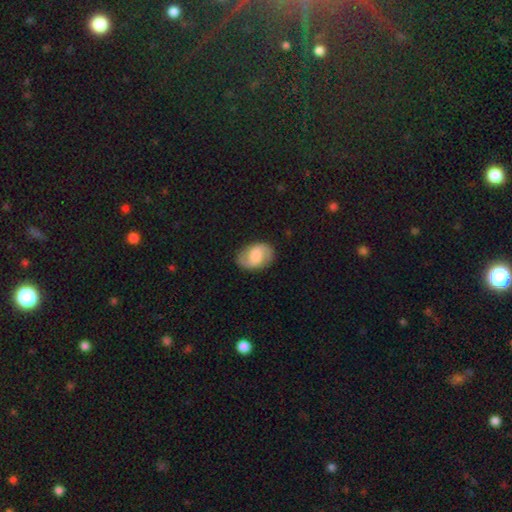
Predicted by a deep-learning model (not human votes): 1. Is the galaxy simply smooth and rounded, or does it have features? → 56% featured or disk, 37% smooth, 7% star or artifact.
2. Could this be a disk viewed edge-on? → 97% no, 3% yes.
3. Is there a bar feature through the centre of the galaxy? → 45% weak (tied), 45% no (tied), 10% strong.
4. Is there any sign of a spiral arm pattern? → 90% yes, 10% no.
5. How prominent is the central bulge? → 45% moderate, 29% small, 14% large, 10% none, 2% dominant.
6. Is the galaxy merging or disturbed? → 84% none, 12% minor disturbance, 3% major disturbance, 1% merger.